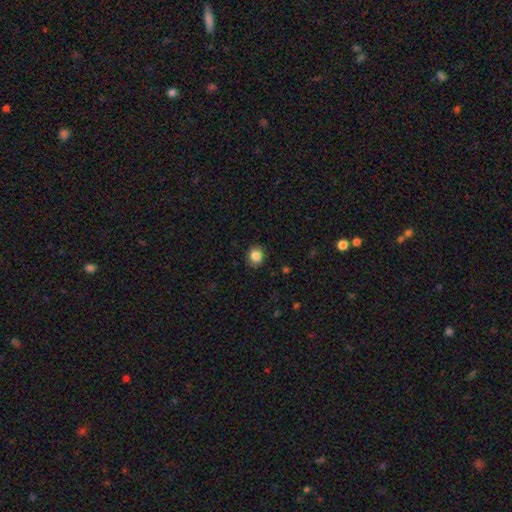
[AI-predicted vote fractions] Smooth or featured: smooth — 86% (star or artifact — 10%)
How rounded: round — 77% (in between — 22%)
Merging: none — 89% (minor disturbance — 8%)